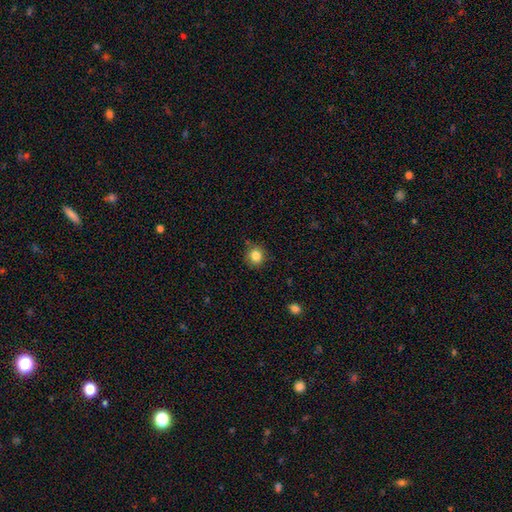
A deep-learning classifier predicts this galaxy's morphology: smooth-or-featured: smooth: 83% | star or artifact: 11% | featured or disk: 5%
  how-rounded: round: 89% | in between: 10% | cigar-shaped: 1%
  merging: none: 83% | minor disturbance: 13% | major disturbance: 3% | merger: 2%